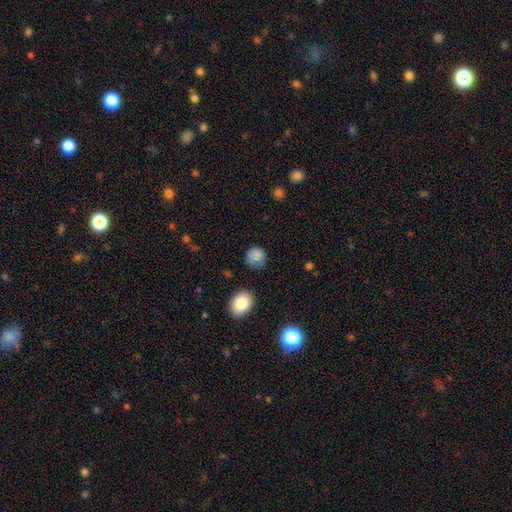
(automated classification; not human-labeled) Q: Smooth or featured?
A: smooth (84%); runner-up: star or artifact (10%)
Q: How rounded?
A: round (83%); runner-up: in between (16%)
Q: Merging?
A: none (69%); runner-up: minor disturbance (22%)